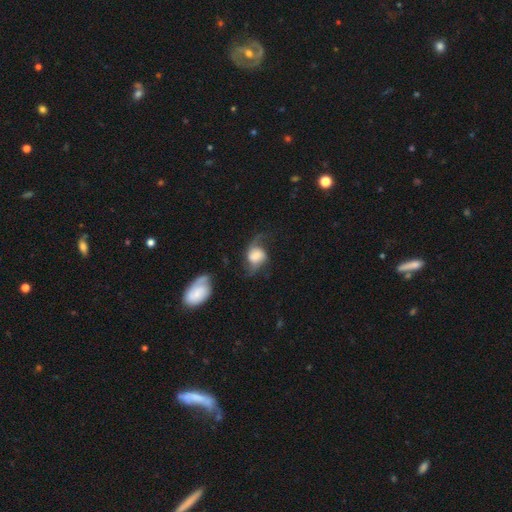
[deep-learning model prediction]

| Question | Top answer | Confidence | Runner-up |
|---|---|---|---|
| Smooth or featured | featured or disk | 62% | smooth (30%) |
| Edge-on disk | no | 96% | yes (4%) |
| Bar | no | 55% | weak (34%) |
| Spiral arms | yes | 91% | no (9%) |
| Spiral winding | loose | 70% | medium (23%) |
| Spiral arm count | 2 | 84% | 1 (8%) |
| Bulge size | large | 31% | moderate (21%) |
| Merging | none | 45% | major disturbance (27%) |